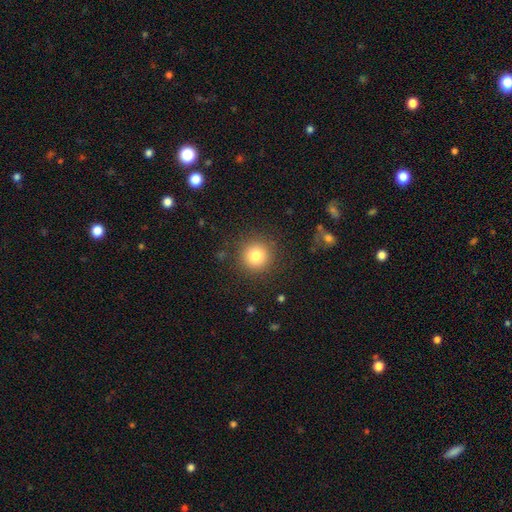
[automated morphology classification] Smooth or featured?
  - smooth: 81% *
  - star or artifact: 12%
  - featured or disk: 7%
How rounded?
  - round: 94% *
  - in between: 5%
  - cigar-shaped: 1%
Merging?
  - none: 88% *
  - minor disturbance: 7%
  - major disturbance: 3%
  - merger: 1%